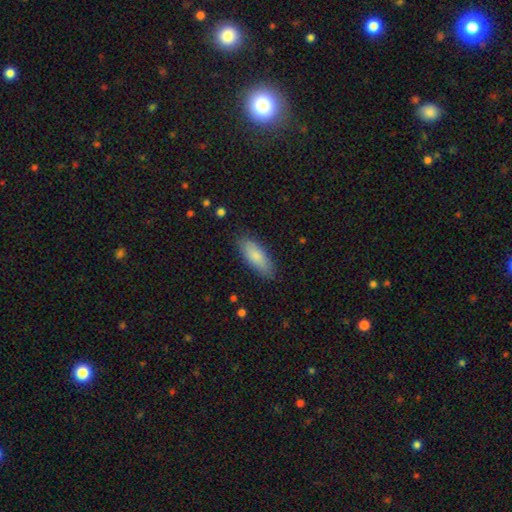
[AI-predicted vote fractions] A smooth galaxy with no disk features (84%) that is in between round and cigar-shaped (67%).

Vote fractions:
- Smooth or featured? smooth: 84% / featured or disk: 11% / star or artifact: 6%
- How rounded? in between: 67% / cigar-shaped: 32% / round: 2%
- Merging? none: 85% / minor disturbance: 11% / major disturbance: 2% / merger: 1%